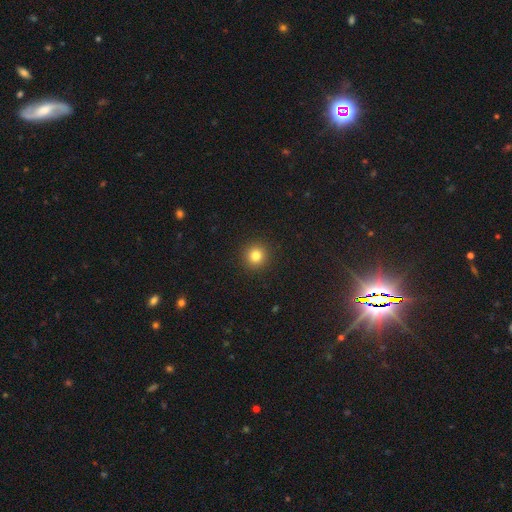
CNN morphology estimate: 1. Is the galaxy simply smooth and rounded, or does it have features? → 82% smooth, 12% star or artifact, 6% featured or disk.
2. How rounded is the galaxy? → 94% round, 5% in between, 1% cigar-shaped.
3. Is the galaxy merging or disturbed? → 93% none, 4% minor disturbance, 2% major disturbance, 1% merger.